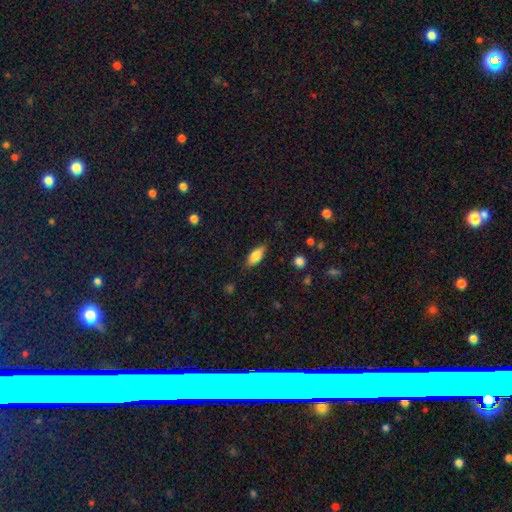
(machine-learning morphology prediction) The model was most divided on "how rounded": in between: 78%, cigar-shaped: 19%, round: 3%. More confident: merging — none (83%); smooth or featured — smooth (76%).